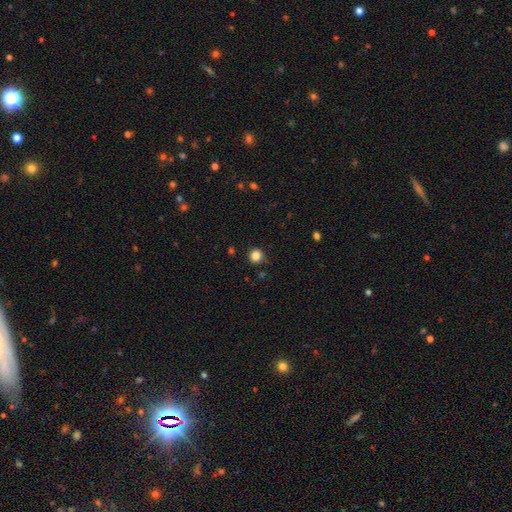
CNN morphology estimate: The model was most divided on "smooth or featured": smooth: 84%, star or artifact: 12%, featured or disk: 4%. More confident: how rounded — round (92%); merging — none (88%).